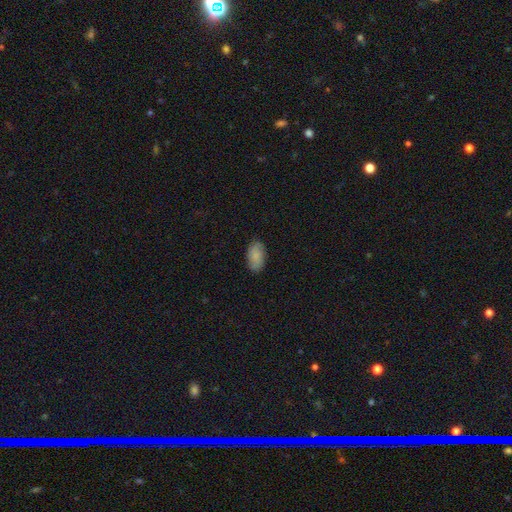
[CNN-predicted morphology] This appears to be a smooth galaxy with no disk features (79%) that is in between round and cigar-shaped (93%). Merging: none (82%).